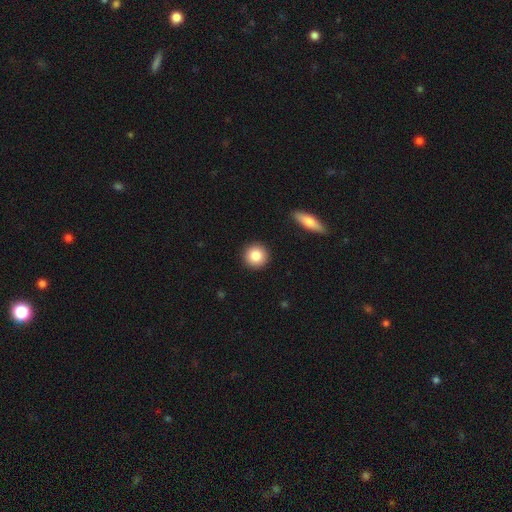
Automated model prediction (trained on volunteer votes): Smooth or featured? Predicted: smooth (p=0.86). How rounded? Predicted: round (p=0.94). Merging? Predicted: none (p=0.92).